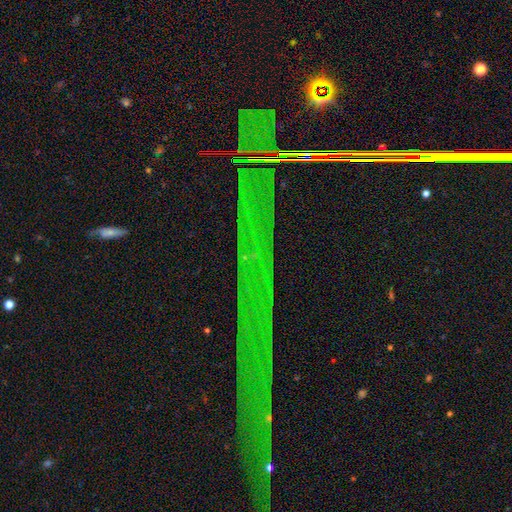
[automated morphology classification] Smooth or featured? Predicted: star or artifact (p=0.85).